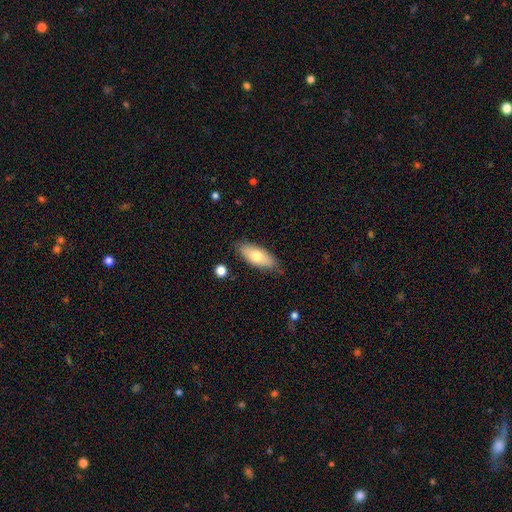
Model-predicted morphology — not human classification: type=smooth (72%); roundness=in between (78%); merging=none (82%).